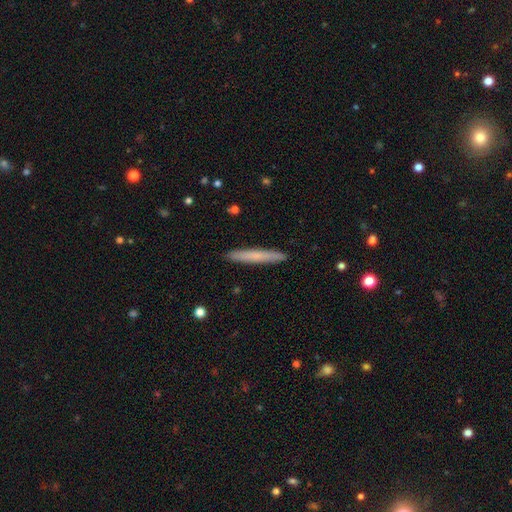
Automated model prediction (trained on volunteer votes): Smooth or featured: smooth — 65% (featured or disk — 29%)
How rounded: cigar-shaped — 96% (in between — 3%)
Merging: none — 92% (minor disturbance — 6%)